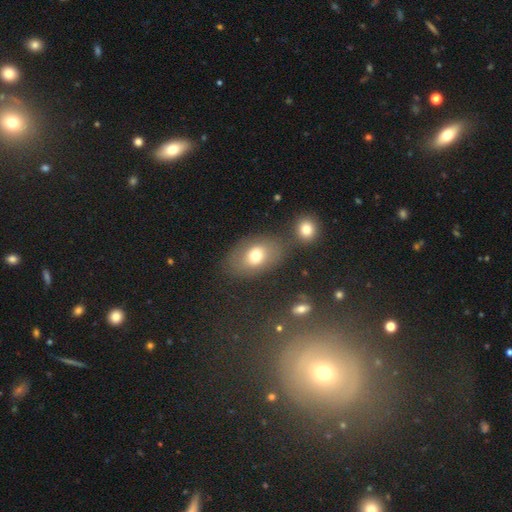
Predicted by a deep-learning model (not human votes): A smooth galaxy with no disk features (69%) that is in between round and cigar-shaped (74%).

Vote fractions:
- Smooth or featured? smooth: 69% / featured or disk: 20% / star or artifact: 12%
- How rounded? in between: 74% / round: 25% / cigar-shaped: 1%
- Merging? none: 66% / minor disturbance: 15% / merger: 11% / major disturbance: 7%